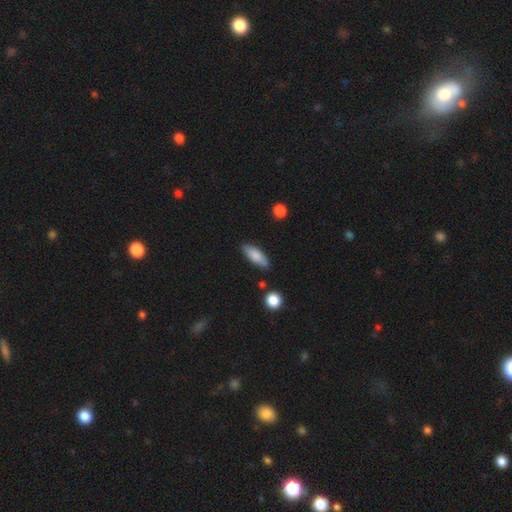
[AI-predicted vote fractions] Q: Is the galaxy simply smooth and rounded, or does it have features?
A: smooth — 77%.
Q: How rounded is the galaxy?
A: in between — 65%.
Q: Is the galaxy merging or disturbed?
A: none — 81%.